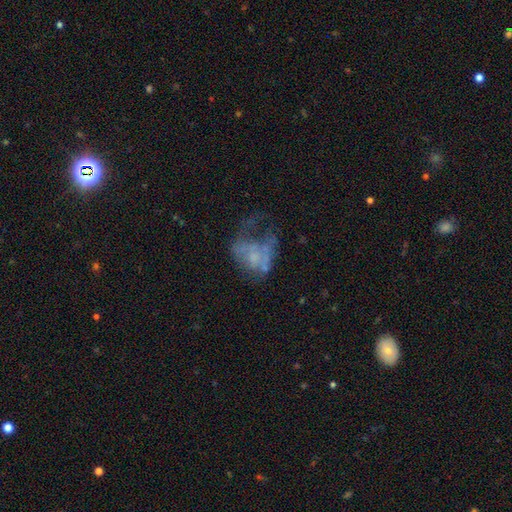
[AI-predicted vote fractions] featured or disk 54%, smooth 32%, star or artifact 14%. Down the decision tree: edge-on disk — no (98%); bar — no (89%); spiral arms — no (85%); bulge size — none (63%); merging — major disturbance (50%).